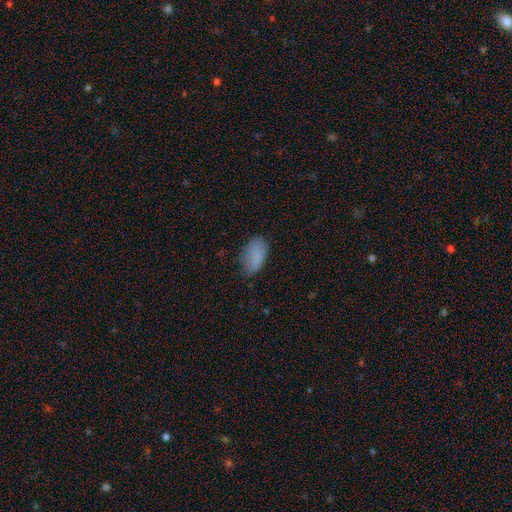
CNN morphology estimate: smooth_or_featured: smooth (p=0.83) [alt: star or artifact p=0.09]
how_rounded: in between (p=0.93) [alt: round p=0.04]
merging: none (p=0.67) [alt: minor disturbance p=0.24]